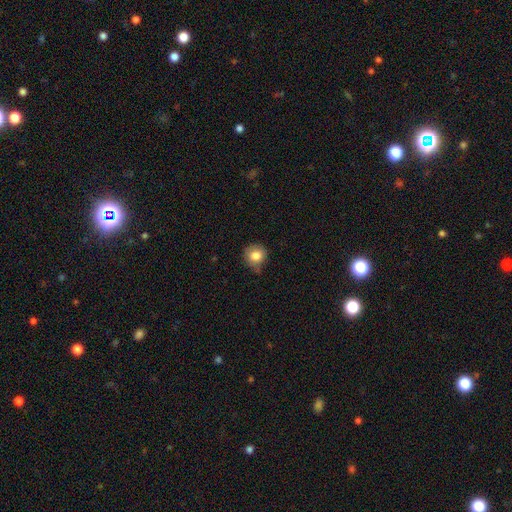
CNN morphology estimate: smooth_or_featured: smooth (p=0.82) [alt: star or artifact p=0.09]
how_rounded: round (p=0.85) [alt: in between p=0.14]
merging: none (p=0.64) [alt: minor disturbance p=0.27]